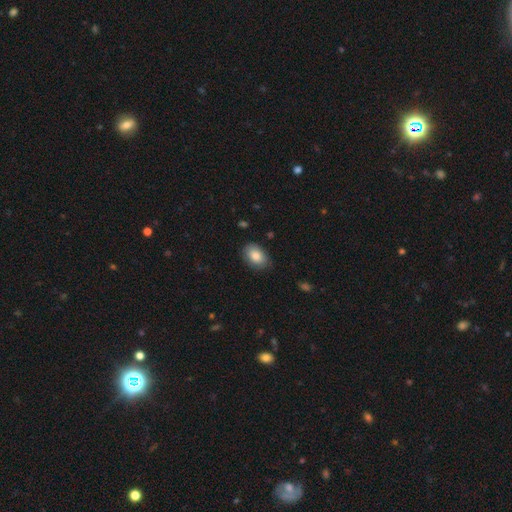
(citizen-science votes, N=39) Q: Smooth or featured?
A: smooth (87%); runner-up: featured or disk (13%)
Q: How rounded?
A: in between (97%); runner-up: round (3%)
Q: Merging?
A: none (92%); runner-up: minor disturbance (8%)